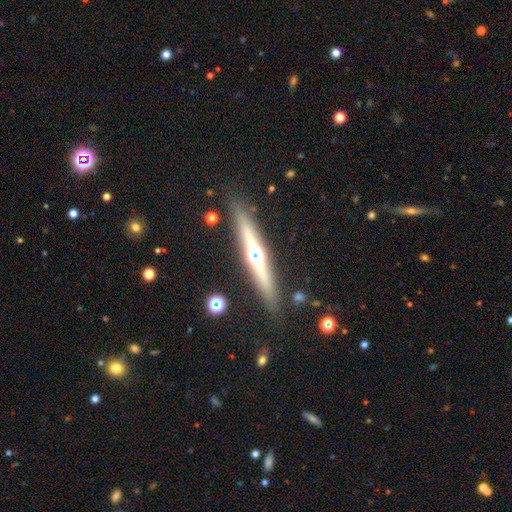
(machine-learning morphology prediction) This is likely a featured or disk galaxy (66%). It is clearly viewed edge-on (96%). Edge-on bulge: clearly rounded (83%). Merging: clearly none (87%).